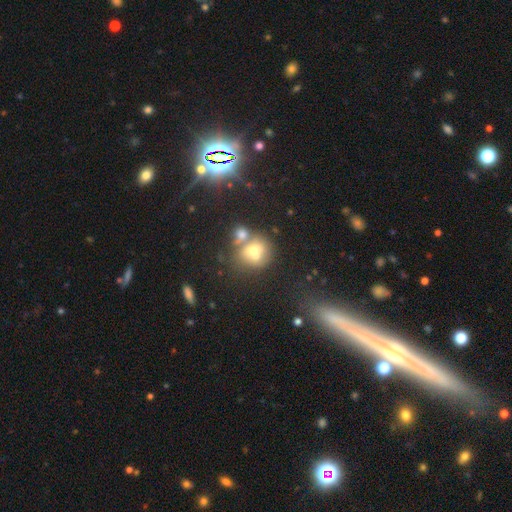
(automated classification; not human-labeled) Smooth or featured: smooth — 62% (featured or disk — 23%)
How rounded: round — 69% (in between — 30%)
Merging: merger — 49% (none — 34%)